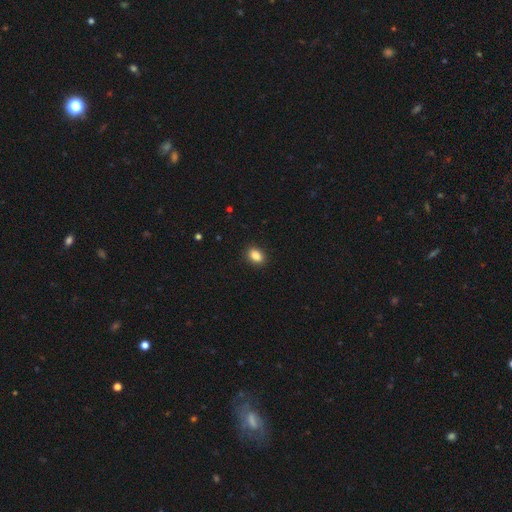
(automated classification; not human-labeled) This is clearly a smooth galaxy (87%). How rounded: likely in between (77%). Merging: clearly none (90%).